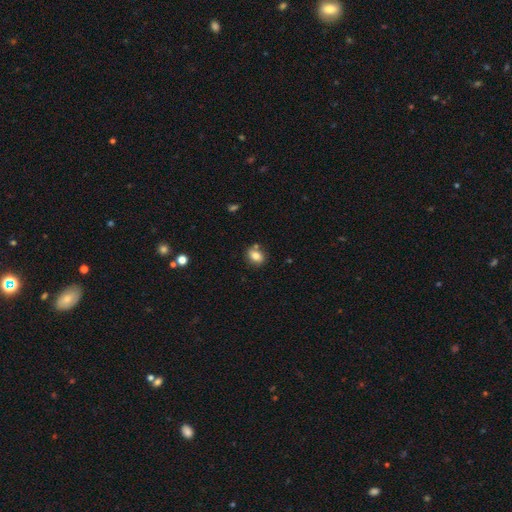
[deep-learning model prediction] smooth-or-featured: smooth: 81% | star or artifact: 10% | featured or disk: 10%
  how-rounded: in between: 57% | round: 42% | cigar-shaped: 1%
  merging: none: 72% | minor disturbance: 14% | merger: 11% | major disturbance: 3%